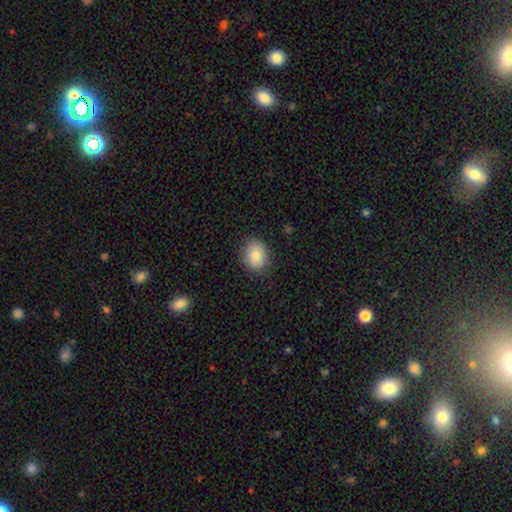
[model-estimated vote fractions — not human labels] Morphology: type=smooth (81%); roundness=round (52%); merging=none (82%).